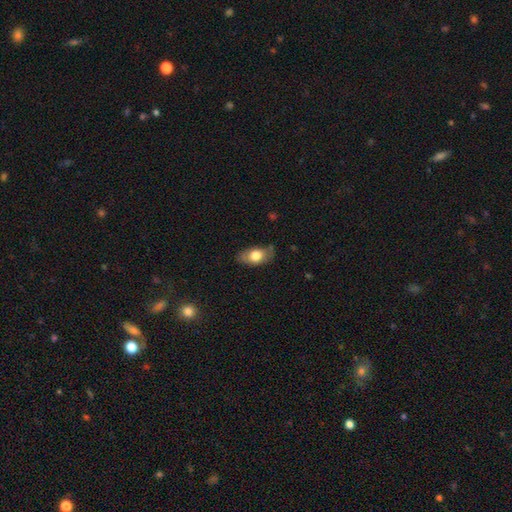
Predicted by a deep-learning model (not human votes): smooth-or-featured: smooth: 72% | featured or disk: 22% | star or artifact: 6%
  how-rounded: in between: 89% | round: 7% | cigar-shaped: 4%
  merging: none: 74% | minor disturbance: 20% | major disturbance: 5% | merger: 2%